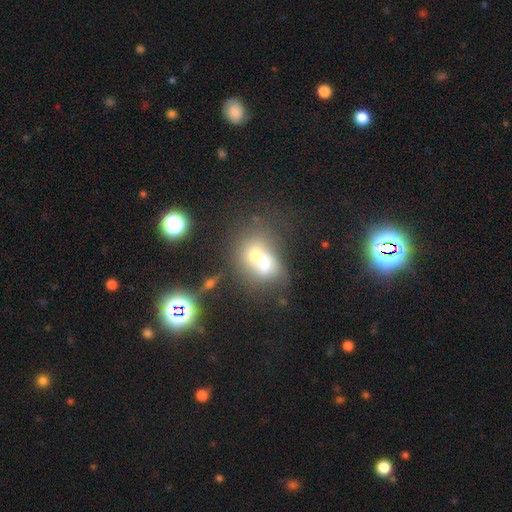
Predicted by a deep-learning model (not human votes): Q: Smooth or featured?
A: smooth (58%); runner-up: featured or disk (29%)
Q: How rounded?
A: in between (55%); runner-up: round (43%)
Q: Merging?
A: merger (67%); runner-up: none (19%)